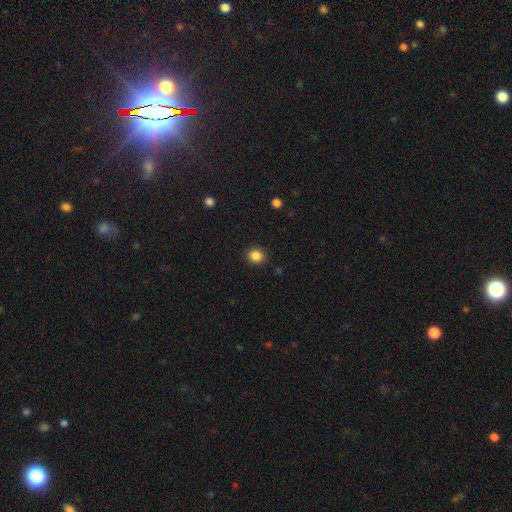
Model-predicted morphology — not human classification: A smooth galaxy with no disk features (86%) that is round (80%). Merging: none (90%).